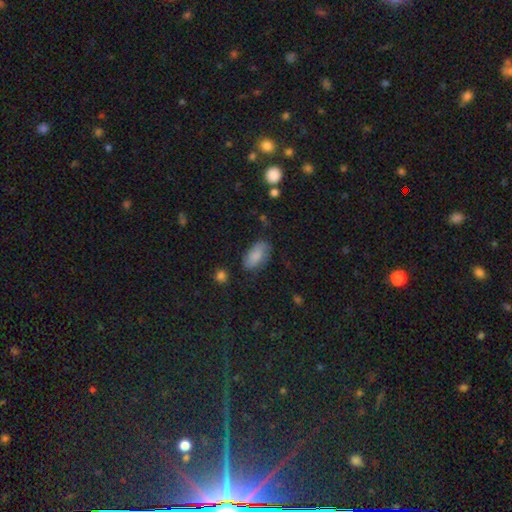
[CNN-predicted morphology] smooth 75%, featured or disk 17%, star or artifact 8%. Down the decision tree: how rounded — in between (92%); merging — none (72%).